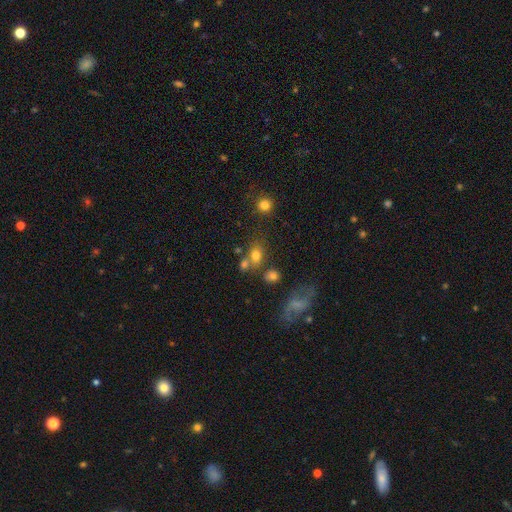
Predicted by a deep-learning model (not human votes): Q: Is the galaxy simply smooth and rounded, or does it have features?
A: smooth — 74%.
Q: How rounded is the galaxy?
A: in between — 64%.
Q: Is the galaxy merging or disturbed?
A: none — 54%.